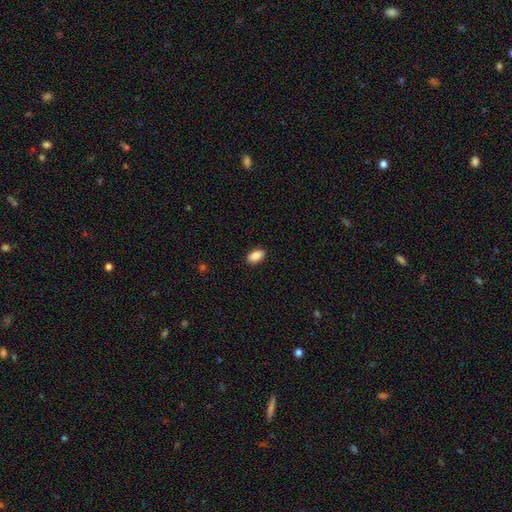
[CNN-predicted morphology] Smooth or featured? Predicted: smooth (p=0.89). How rounded? Predicted: in between (p=0.92). Merging? Predicted: none (p=0.90).